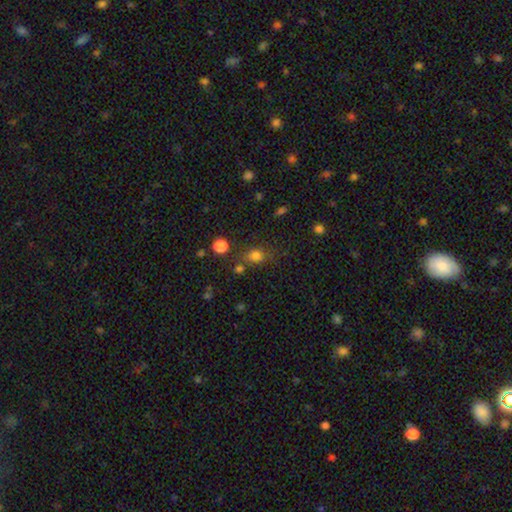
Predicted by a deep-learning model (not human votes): smooth_or_featured: smooth (p=0.78) [alt: star or artifact p=0.15]
how_rounded: round (p=0.60) [alt: in between p=0.39]
merging: none (p=0.67) [alt: minor disturbance p=0.16]